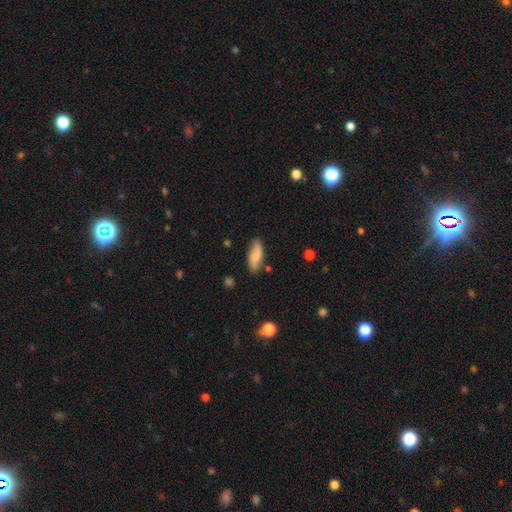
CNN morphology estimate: Smooth or featured? Predicted: smooth (p=0.70). How rounded? Predicted: in between (p=0.73). Merging? Predicted: none (p=0.78).